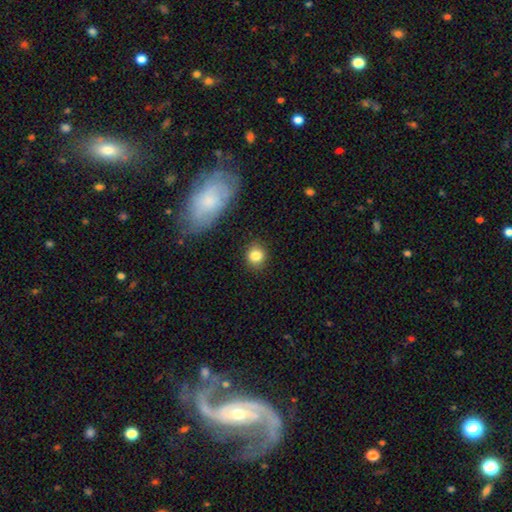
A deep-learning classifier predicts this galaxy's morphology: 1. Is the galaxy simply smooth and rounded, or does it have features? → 83% smooth, 10% star or artifact, 7% featured or disk.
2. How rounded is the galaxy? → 80% round, 19% in between, 1% cigar-shaped.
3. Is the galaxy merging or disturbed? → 86% none, 9% minor disturbance, 3% major disturbance, 2% merger.